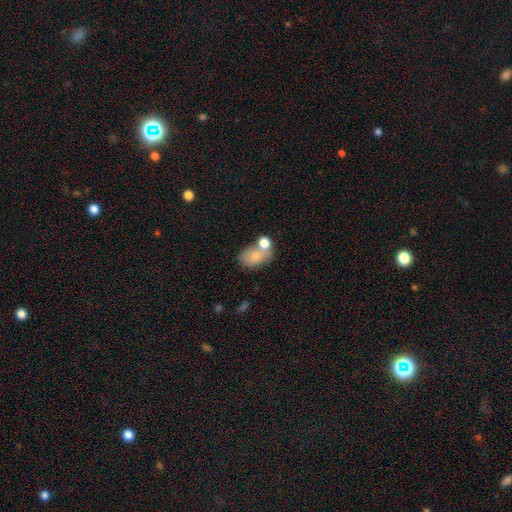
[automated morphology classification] smooth_or_featured: smooth (p=0.77) [alt: featured or disk p=0.14]
how_rounded: in between (p=0.78) [alt: round p=0.21]
merging: none (p=0.37) [tied with: merger p=0.37]